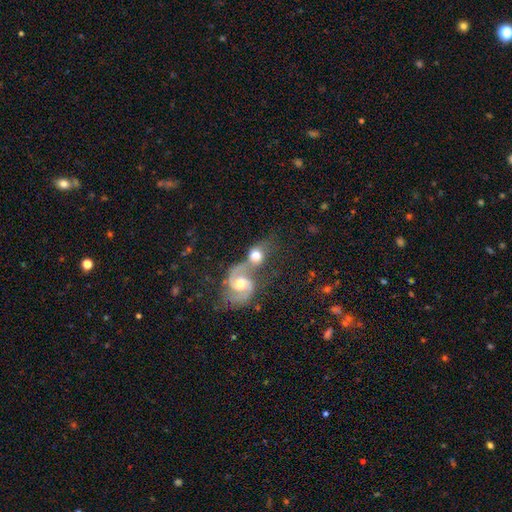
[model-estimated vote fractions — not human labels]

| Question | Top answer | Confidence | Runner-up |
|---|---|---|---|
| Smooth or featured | featured or disk | 55% | smooth (37%) |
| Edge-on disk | no | 96% | yes (4%) |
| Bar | no | 52% | weak (38%) |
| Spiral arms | yes | 86% | no (14%) |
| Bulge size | moderate | 60% | small (22%) |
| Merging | merger | 57% | none (27%) |